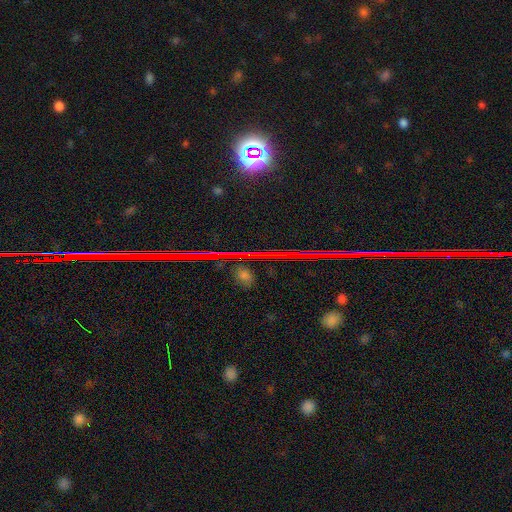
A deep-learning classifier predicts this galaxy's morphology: smooth_or_featured: star or artifact (p=0.78) [alt: featured or disk p=0.12]